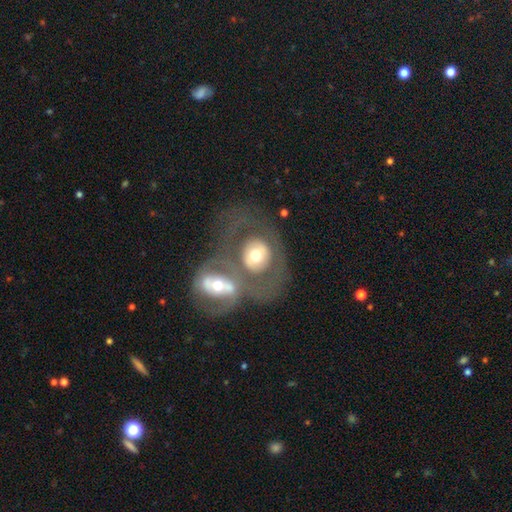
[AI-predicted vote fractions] Smooth or featured?
  - featured or disk: 54% *
  - smooth: 39%
  - star or artifact: 7%
Edge-on disk?
  - no: 94% *
  - yes: 6%
Bar?
  - no: 72% *
  - weak: 16%
  - strong: 12%
Spiral arms?
  - no: 74% *
  - yes: 26%
Bulge size?
  - moderate: 68% *
  - large: 16%
  - small: 12%
  - dominant: 2%
  - none: 1%
Merging?
  - merger: 53% *
  - none: 29%
  - major disturbance: 9%
  - minor disturbance: 9%